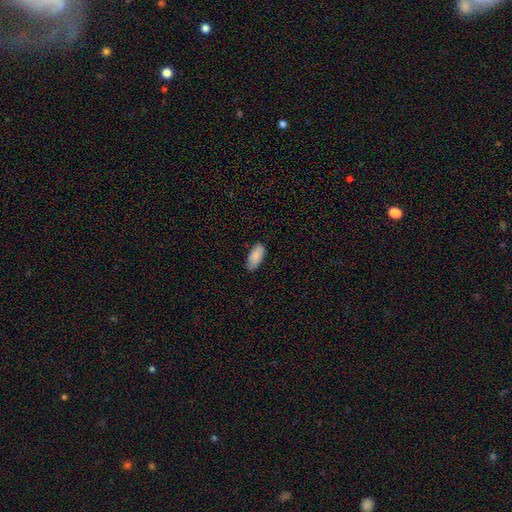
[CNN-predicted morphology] The model was most divided on "merging": none: 83%, minor disturbance: 14%, major disturbance: 2%, merger: 1%. More confident: how rounded — in between (91%); smooth or featured — smooth (88%).